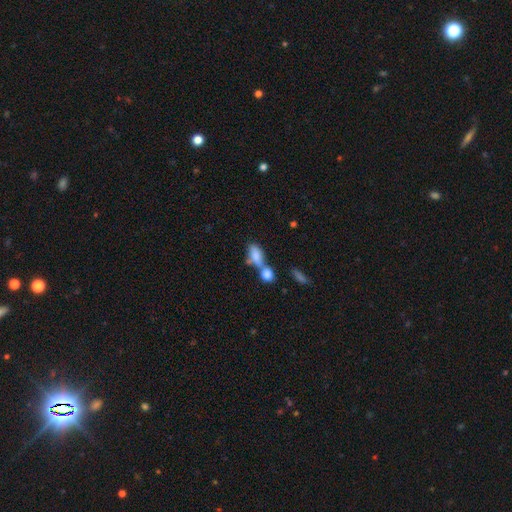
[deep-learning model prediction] A smooth galaxy with no disk features (77%) that is in between round and cigar-shaped (79%). Merging: merger (57%).